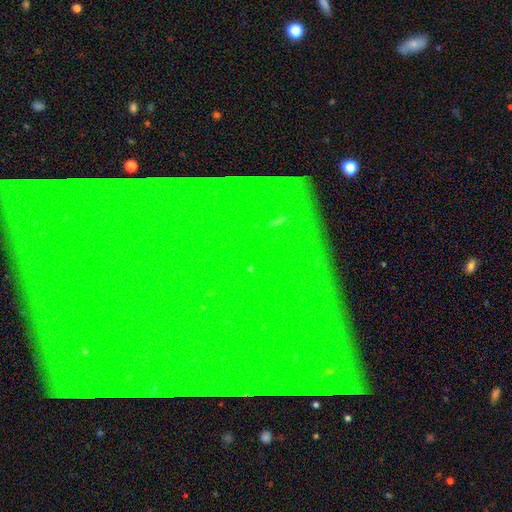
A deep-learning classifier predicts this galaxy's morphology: Smooth or featured?
  - star or artifact: 85% *
  - featured or disk: 8%
  - smooth: 7%